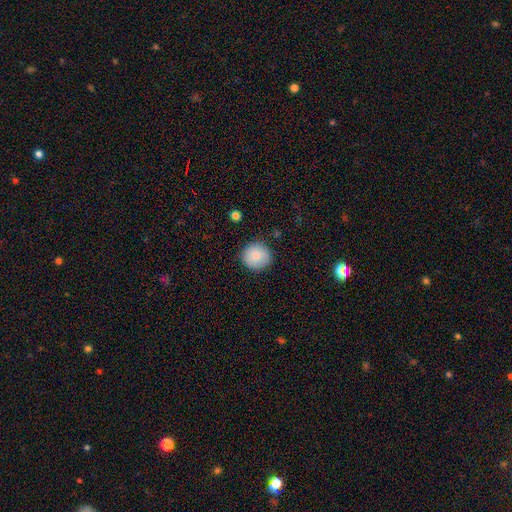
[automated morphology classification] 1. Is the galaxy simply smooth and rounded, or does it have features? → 87% smooth, 8% star or artifact, 5% featured or disk.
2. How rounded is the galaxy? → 92% round, 7% in between, 1% cigar-shaped.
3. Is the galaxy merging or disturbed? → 88% none, 8% minor disturbance, 2% major disturbance, 1% merger.